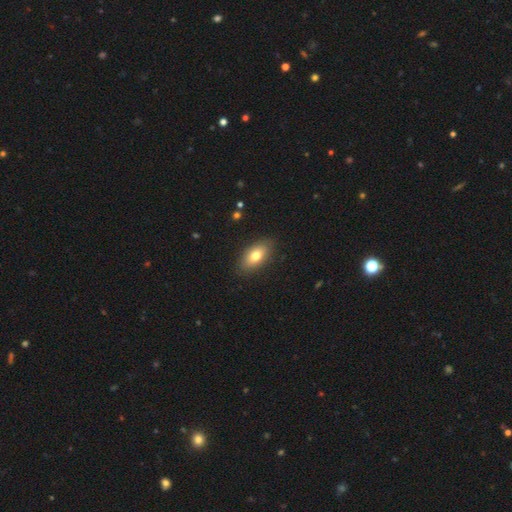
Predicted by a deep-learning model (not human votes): A smooth galaxy with no disk features (75%) that is in between round and cigar-shaped (89%). Merging: none (87%).